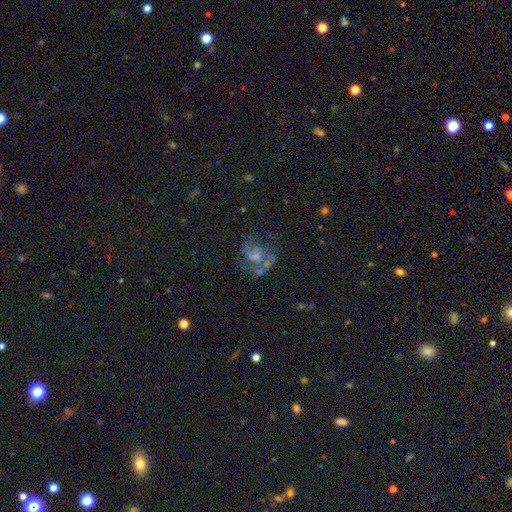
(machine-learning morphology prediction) This is likely a featured or disk galaxy (73%). It is clearly not viewed edge-on (98%). Bar: likely no (62%). Spiral arm pattern: clearly yes (85%). Spiral arm count: likely 2 (72%). Spiral winding: possibly medium (51%). Central bulge: marginally none (35%). Merging: marginally none (44%).